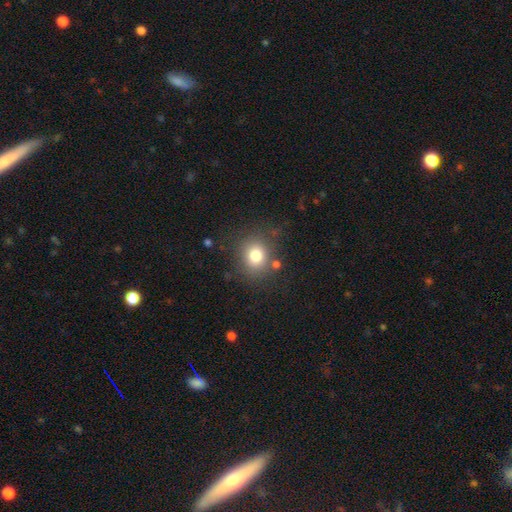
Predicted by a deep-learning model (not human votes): Morphology: type=smooth (78%); roundness=round (76%); merging=none (79%).